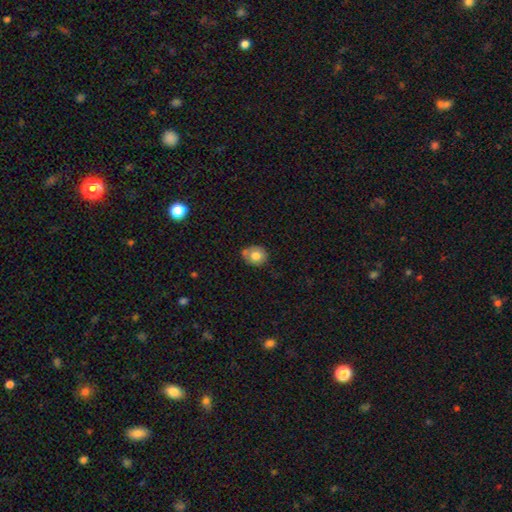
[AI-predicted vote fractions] The model was most divided on "merging": none: 62%, minor disturbance: 23%, merger: 11%, major disturbance: 5%. More confident: smooth or featured — smooth (75%); how rounded — round (72%).